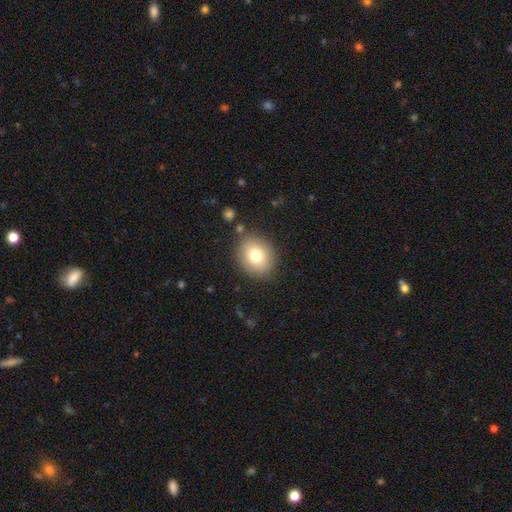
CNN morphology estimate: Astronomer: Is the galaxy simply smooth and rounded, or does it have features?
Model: smooth — 79%.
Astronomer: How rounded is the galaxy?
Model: round — 62% (runner-up: in between, 37%).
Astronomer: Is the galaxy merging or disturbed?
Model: none — 84%.